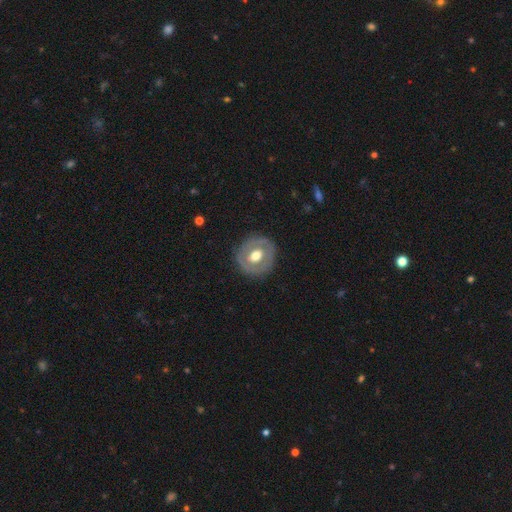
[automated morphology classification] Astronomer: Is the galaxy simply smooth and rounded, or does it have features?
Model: featured or disk — 54% (runner-up: smooth, 41%).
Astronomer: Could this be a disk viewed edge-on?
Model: no — 94%.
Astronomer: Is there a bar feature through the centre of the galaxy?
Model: no — 65%.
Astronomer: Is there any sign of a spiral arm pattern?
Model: no — 84%.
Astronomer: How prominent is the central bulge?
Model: moderate — 64%.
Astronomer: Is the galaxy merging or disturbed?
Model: none — 82%.